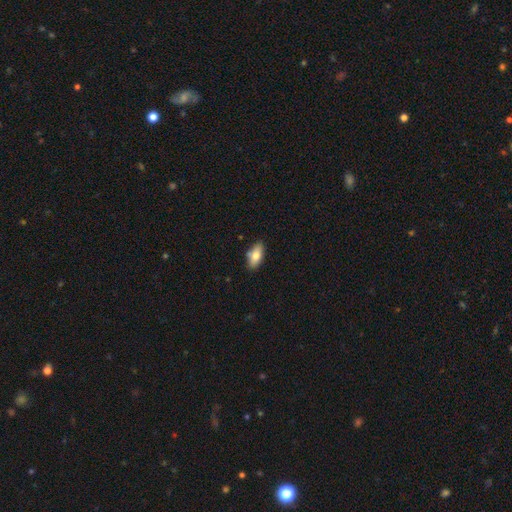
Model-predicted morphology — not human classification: Overall: smooth (75%). How rounded: in between (87%). Merging: none (81%).